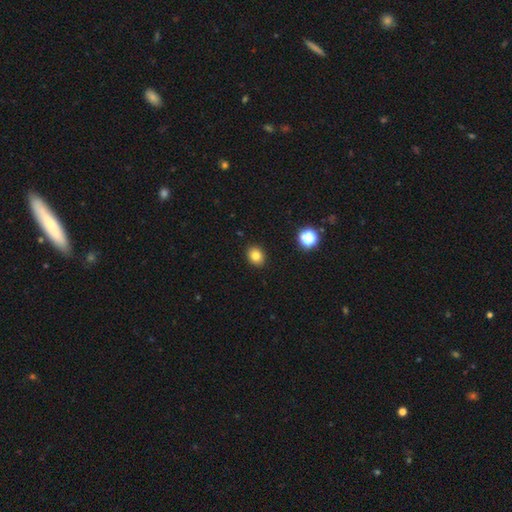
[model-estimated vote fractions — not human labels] smooth_or_featured: smooth (p=0.81) [alt: star or artifact p=0.12]
how_rounded: round (p=0.51) [alt: in between p=0.48]
merging: none (p=0.90) [alt: minor disturbance p=0.07]